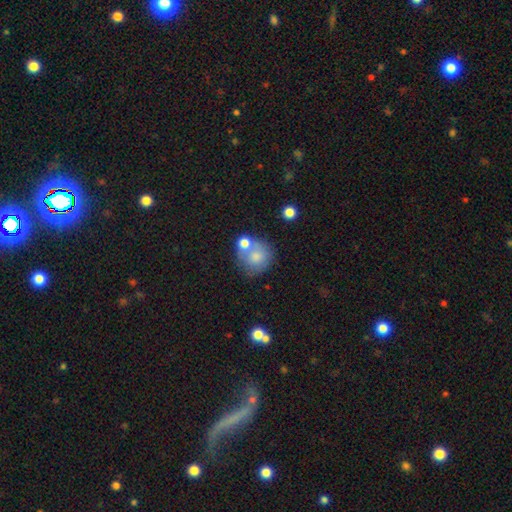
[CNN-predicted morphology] smooth_or_featured: smooth (p=0.71) [alt: featured or disk p=0.20]
how_rounded: round (p=0.83) [alt: in between p=0.16]
merging: none (p=0.46) [alt: merger p=0.28]